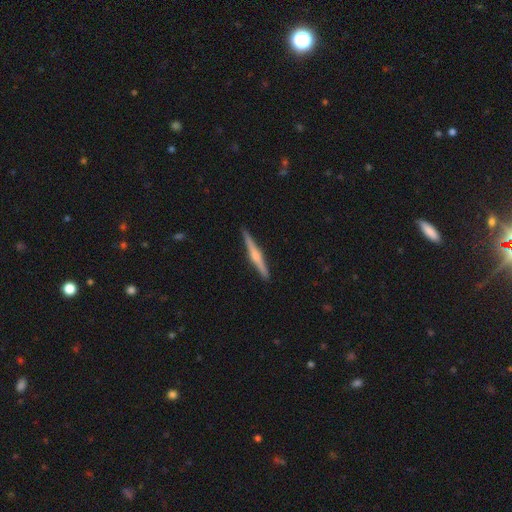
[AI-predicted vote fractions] A featured or disk galaxy (70%) viewed edge-on (98%) with a rounded central bulge (80%). Merging: none (91%).